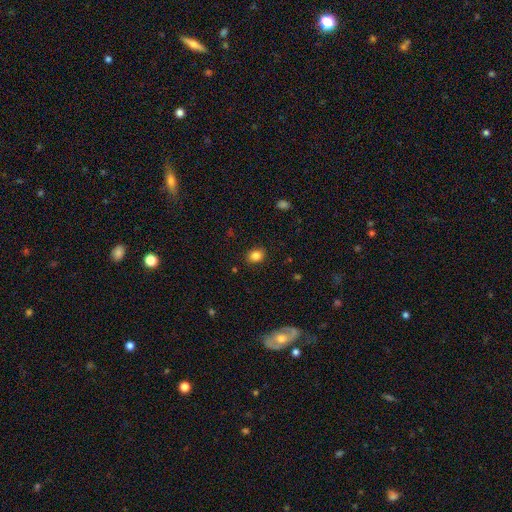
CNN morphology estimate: Overall: smooth (84%). How rounded: round (51%; in between 48%). Merging: none (88%).